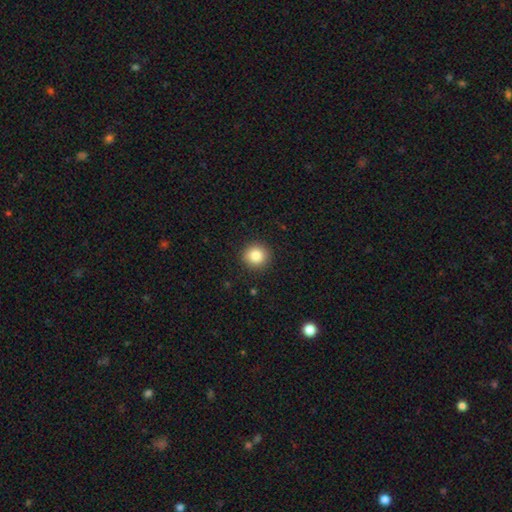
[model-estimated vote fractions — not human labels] smooth-or-featured: smooth: 85% | star or artifact: 9% | featured or disk: 5%
  how-rounded: round: 92% | in between: 7% | cigar-shaped: 1%
  merging: none: 91% | minor disturbance: 6% | major disturbance: 2% | merger: 1%